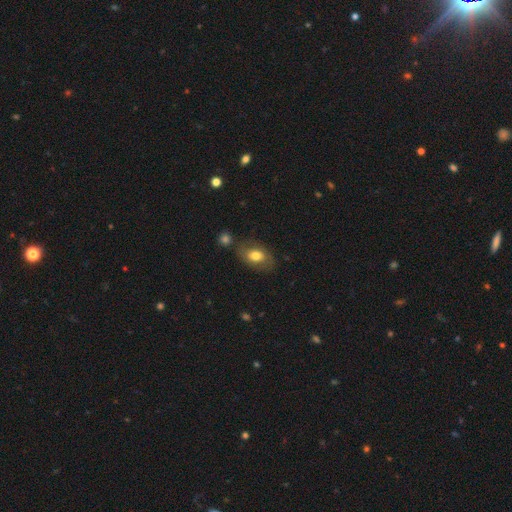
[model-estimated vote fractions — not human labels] This is likely a smooth galaxy (71%). How rounded: clearly in between (84%). Merging: likely none (67%).